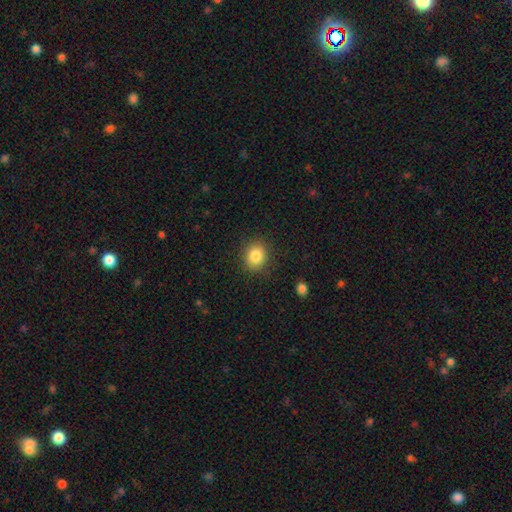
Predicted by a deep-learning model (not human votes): Overall: smooth (84%). How rounded: round (70%). Merging: none (87%).